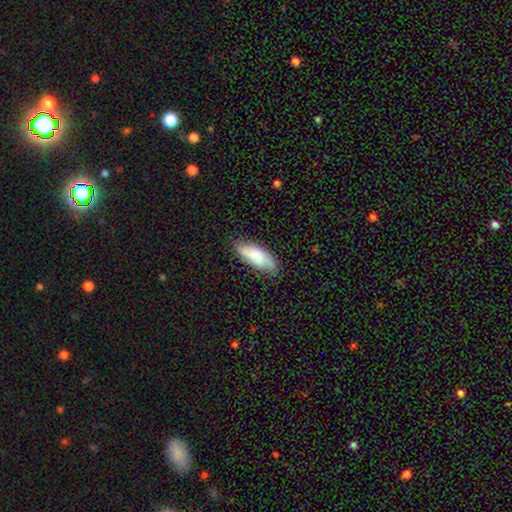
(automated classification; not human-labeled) A smooth galaxy with no disk features (73%) that is in between round and cigar-shaped (77%). Merging: none (75%).